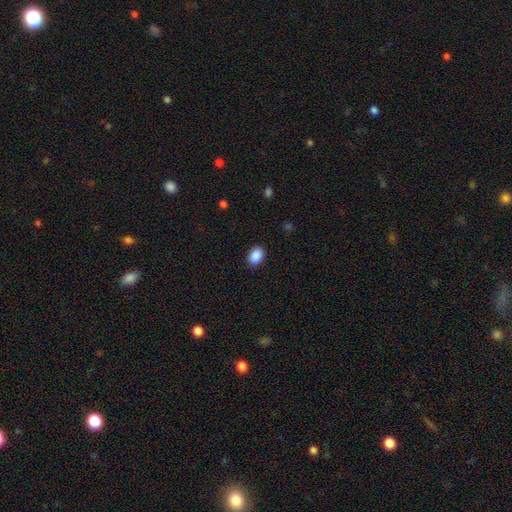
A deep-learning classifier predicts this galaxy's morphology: smooth-or-featured: smooth: 89% | star or artifact: 8% | featured or disk: 3%
  how-rounded: in between: 74% | round: 25% | cigar-shaped: 1%
  merging: none: 90% | minor disturbance: 7% | major disturbance: 2% | merger: 1%